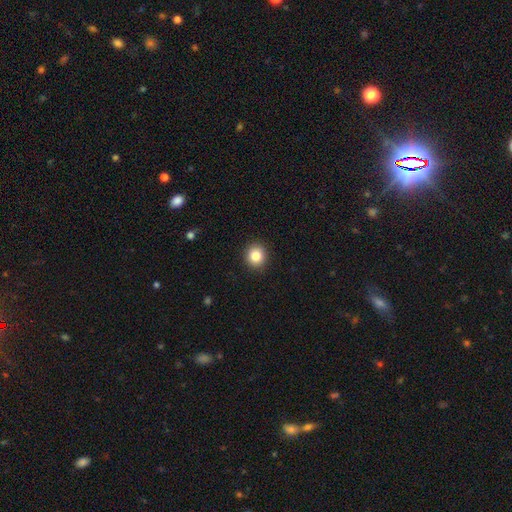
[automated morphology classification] Overall: smooth (85%). How rounded: round (88%). Merging: none (92%).